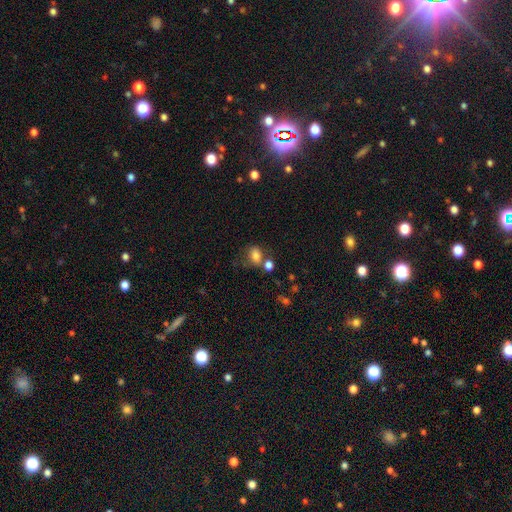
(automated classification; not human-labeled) A smooth galaxy with no disk features (79%) that is in between round and cigar-shaped (71%). Merging: none (47%).